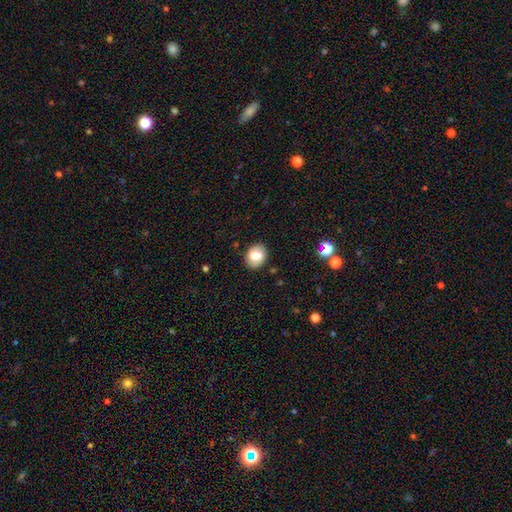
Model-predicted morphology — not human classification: smooth-or-featured: smooth: 72% | featured or disk: 19% | star or artifact: 9%
  how-rounded: in between: 50% | round: 49% | cigar-shaped: 1%
  merging: none: 86% | minor disturbance: 10% | major disturbance: 3% | merger: 1%